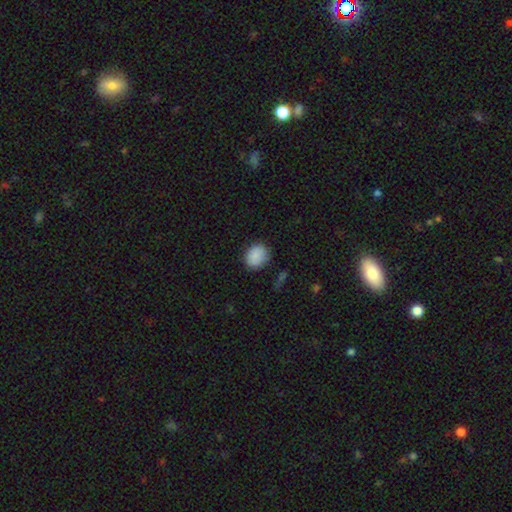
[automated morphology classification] The model was most divided on "how rounded": round: 52%, in between: 47%, cigar-shaped: 1%. More confident: smooth or featured — smooth (88%); merging — none (81%).